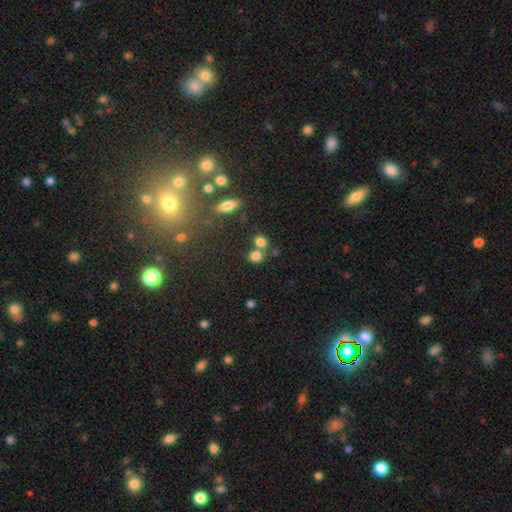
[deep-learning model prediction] Morphology: type=smooth (77%); roundness=round (67%); merging=none (53%).